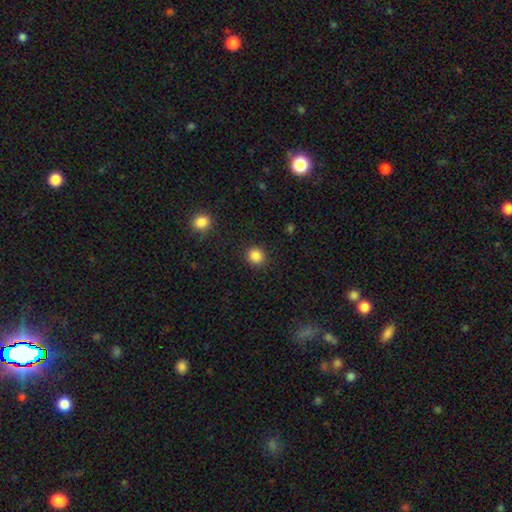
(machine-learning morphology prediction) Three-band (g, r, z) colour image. It shows a smooth galaxy with no disk features (86%) that is round (89%). Merging: none (90%).